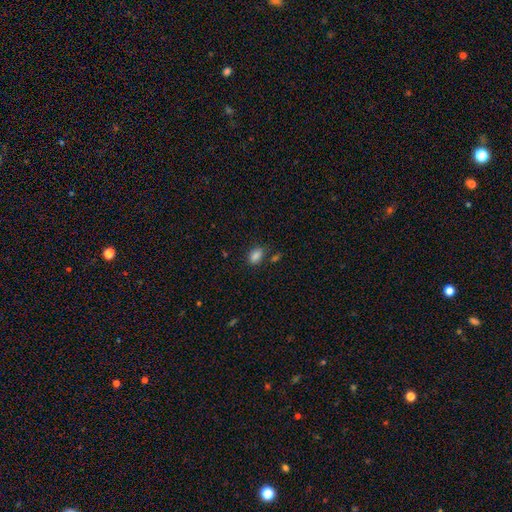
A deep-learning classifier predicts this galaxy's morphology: Smooth or featured?
  - smooth: 85% *
  - star or artifact: 10%
  - featured or disk: 4%
How rounded?
  - in between: 87% *
  - round: 10%
  - cigar-shaped: 2%
Merging?
  - none: 74% *
  - minor disturbance: 14%
  - merger: 8%
  - major disturbance: 4%